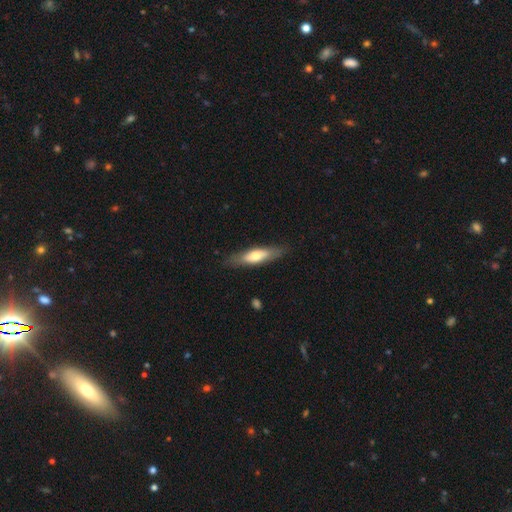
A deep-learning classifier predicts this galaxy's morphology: A smooth galaxy with no disk features (58%) that is cigar-shaped (62%).

Vote fractions:
- Smooth or featured? smooth: 58% / featured or disk: 37% / star or artifact: 5%
- How rounded? cigar-shaped: 62% / in between: 36% / round: 2%
- Merging? none: 83% / minor disturbance: 13% / major disturbance: 3% / merger: 1%